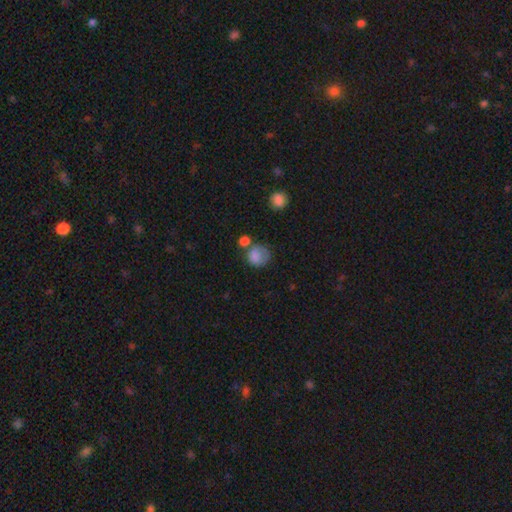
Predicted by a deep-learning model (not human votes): Smooth or featured? smooth (80%)
How rounded? round (73%)
Merging? none (42%)